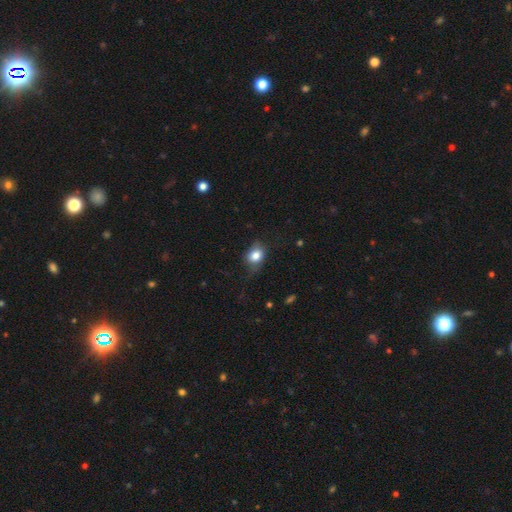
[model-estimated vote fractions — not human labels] This is clearly a smooth galaxy (81%). How rounded: possibly in between (55%). Merging: likely none (63%).